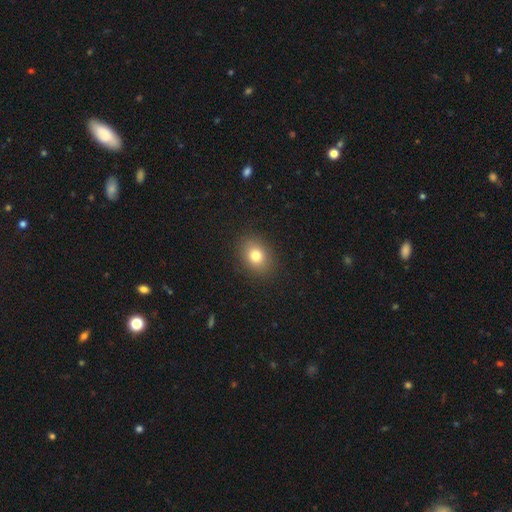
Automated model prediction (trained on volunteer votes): Smooth or featured: smooth — 79% (star or artifact — 11%)
How rounded: round — 50% (in between — 49%)
Merging: none — 89% (minor disturbance — 8%)